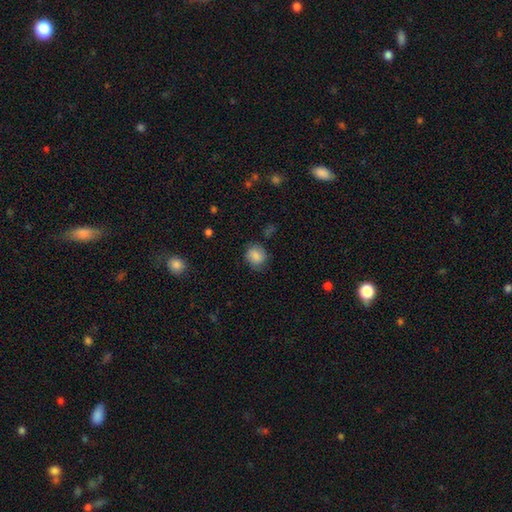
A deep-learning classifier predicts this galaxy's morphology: Overall: smooth (84%). How rounded: round (70%). Merging: none (74%).